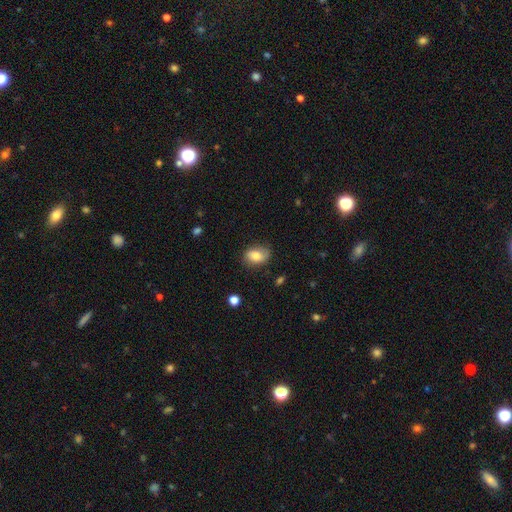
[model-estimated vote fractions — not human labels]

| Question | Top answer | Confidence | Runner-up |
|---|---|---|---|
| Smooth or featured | smooth | 77% | featured or disk (14%) |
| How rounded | in between | 76% | round (23%) |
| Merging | none | 72% | minor disturbance (22%) |